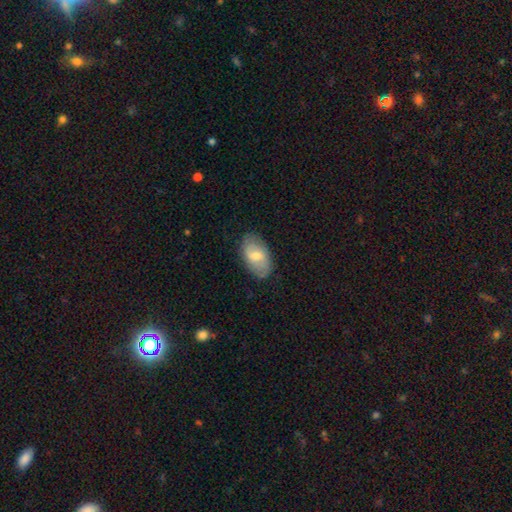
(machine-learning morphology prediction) Smooth or featured? Predicted: smooth (p=0.50). How rounded? Predicted: in between (p=0.93). Merging? Predicted: none (p=0.80).